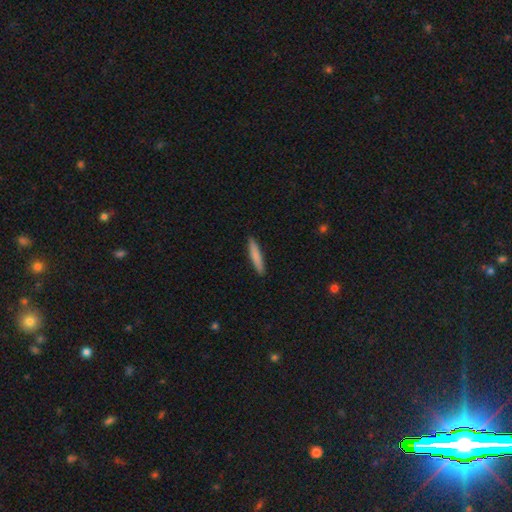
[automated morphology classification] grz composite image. It shows a smooth galaxy with no disk features (79%) that is cigar-shaped (92%). Merging: none (91%).